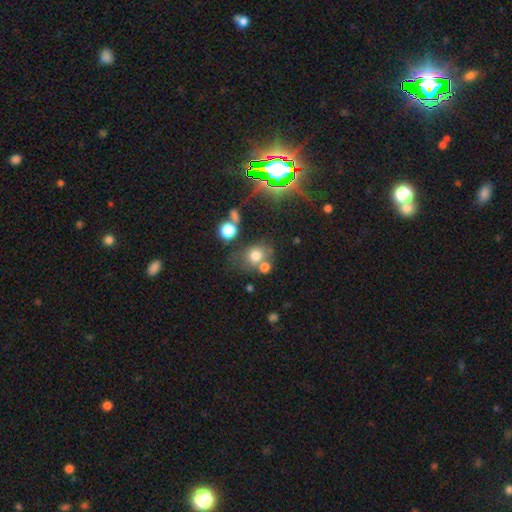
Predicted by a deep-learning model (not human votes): Smooth or featured? Predicted: smooth (p=0.68). How rounded? Predicted: round (p=0.61). Merging? Predicted: none (p=0.51).